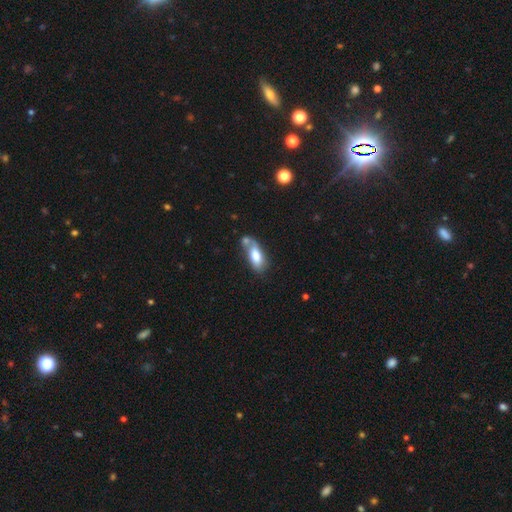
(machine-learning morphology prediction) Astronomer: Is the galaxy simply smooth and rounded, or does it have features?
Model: smooth — 71%.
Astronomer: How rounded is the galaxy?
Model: in between — 83%.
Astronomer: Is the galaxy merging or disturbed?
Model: none — 37% (runner-up: merger, 34%).